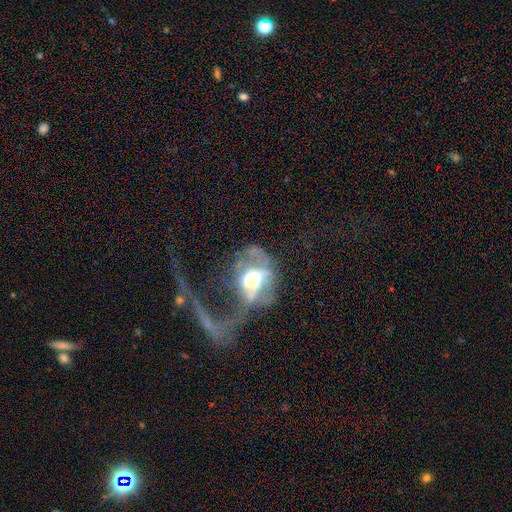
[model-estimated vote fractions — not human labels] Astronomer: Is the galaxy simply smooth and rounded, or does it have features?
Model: featured or disk — 64%.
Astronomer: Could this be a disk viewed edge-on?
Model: no — 93%.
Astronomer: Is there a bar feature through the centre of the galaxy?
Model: no — 62%.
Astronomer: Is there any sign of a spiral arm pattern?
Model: no — 57% (runner-up: yes, 43%).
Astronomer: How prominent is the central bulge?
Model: moderate — 47% (runner-up: large, 37%).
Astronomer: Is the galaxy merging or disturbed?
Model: major disturbance — 63%.